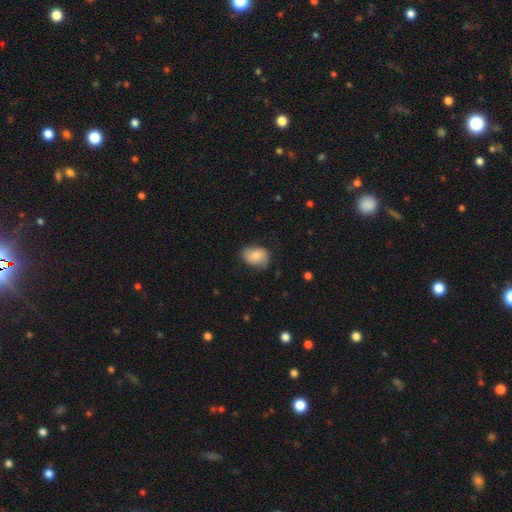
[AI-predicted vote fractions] This appears to be a smooth galaxy with no disk features (67%) that is in between round and cigar-shaped (69%). Merging: none (66%).